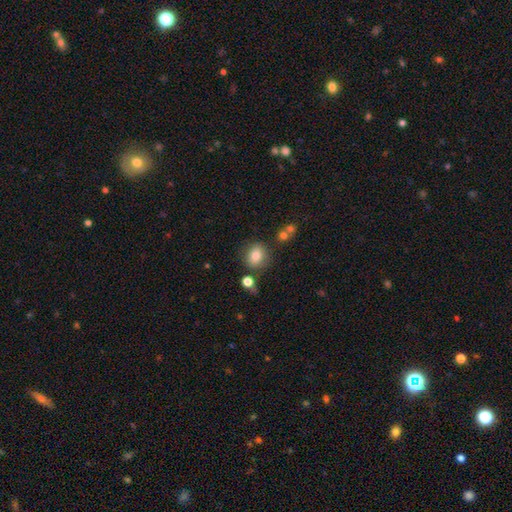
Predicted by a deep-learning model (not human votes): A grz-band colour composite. It shows a smooth galaxy with no disk features (80%) that is round (68%). Merging: none (76%).